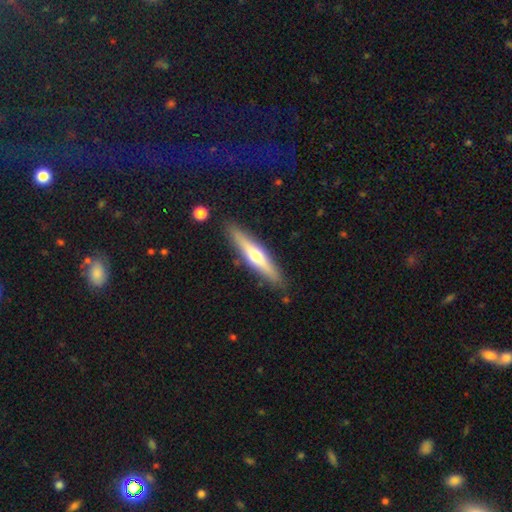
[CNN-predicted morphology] featured or disk 56%, smooth 39%, star or artifact 5%. Down the decision tree: edge-on disk — yes (94%); edge-on bulge — rounded (88%); merging — none (87%).